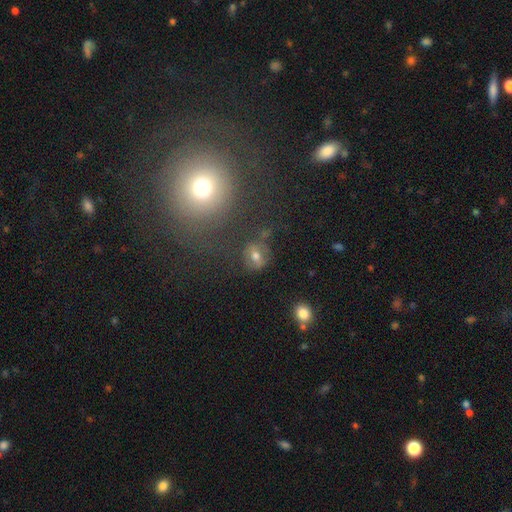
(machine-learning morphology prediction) type=smooth (52%); roundness=round (65%); merging=none (72%).